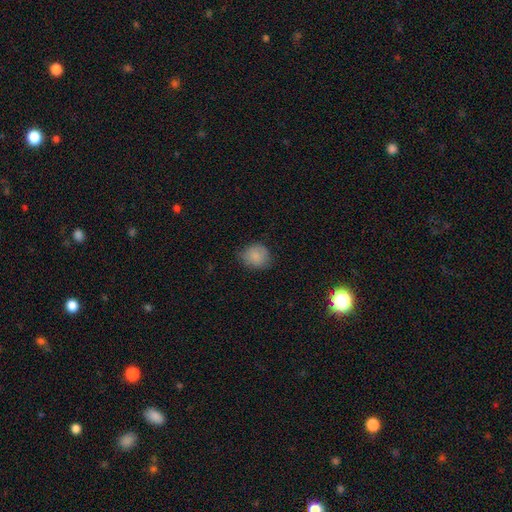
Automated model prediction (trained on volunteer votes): Q: Smooth or featured?
A: smooth (86%); runner-up: star or artifact (8%)
Q: How rounded?
A: round (71%); runner-up: in between (28%)
Q: Merging?
A: none (69%); runner-up: minor disturbance (25%)